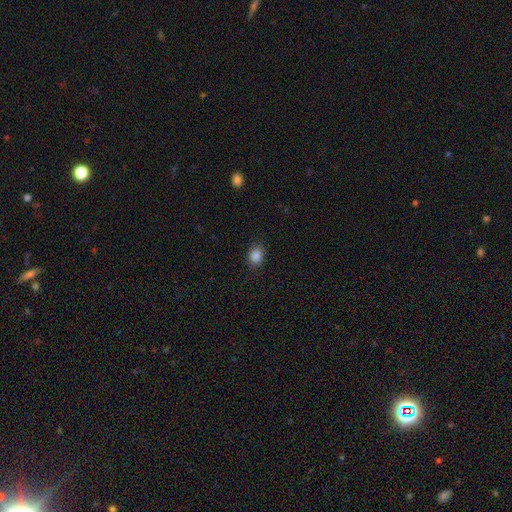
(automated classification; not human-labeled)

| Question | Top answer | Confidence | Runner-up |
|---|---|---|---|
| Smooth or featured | smooth | 86% | star or artifact (10%) |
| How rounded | in between | 57% | round (42%) |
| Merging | none | 85% | minor disturbance (11%) |